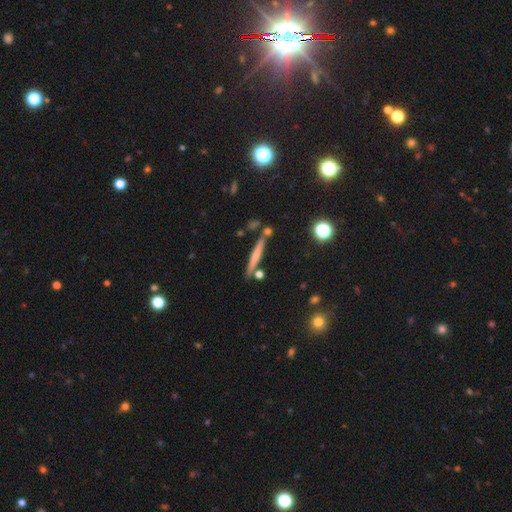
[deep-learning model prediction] Smooth or featured: smooth — 46% (featured or disk — 45%)
Merging: none — 80% (minor disturbance — 10%)